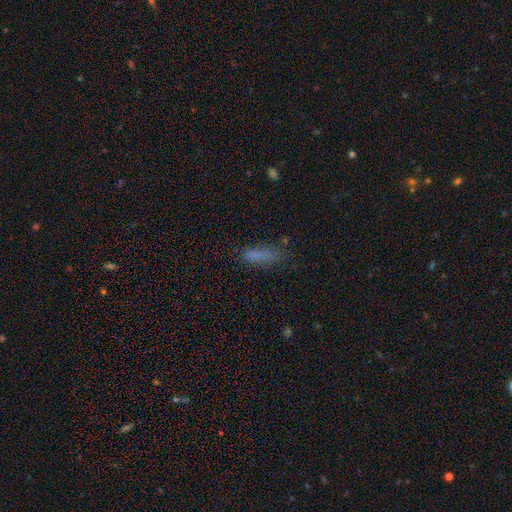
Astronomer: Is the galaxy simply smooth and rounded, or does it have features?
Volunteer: smooth — 87%.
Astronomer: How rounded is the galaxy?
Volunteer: cigar-shaped — 58% (runner-up: in between, 42%).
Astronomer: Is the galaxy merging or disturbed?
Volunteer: none — 61%.